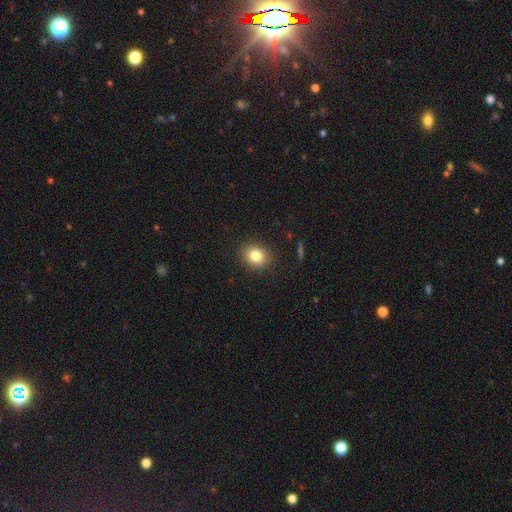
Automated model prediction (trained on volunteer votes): Smooth or featured?
  - smooth: 82% *
  - star or artifact: 11%
  - featured or disk: 7%
How rounded?
  - round: 66% *
  - in between: 33%
  - cigar-shaped: 1%
Merging?
  - none: 89% *
  - minor disturbance: 7%
  - major disturbance: 2%
  - merger: 1%